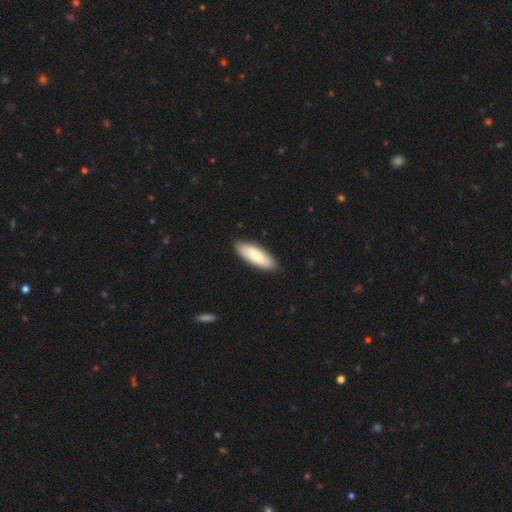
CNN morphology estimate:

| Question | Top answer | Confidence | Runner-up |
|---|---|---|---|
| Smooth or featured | smooth | 80% | featured or disk (15%) |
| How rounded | in between | 61% | cigar-shaped (37%) |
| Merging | none | 87% | minor disturbance (10%) |